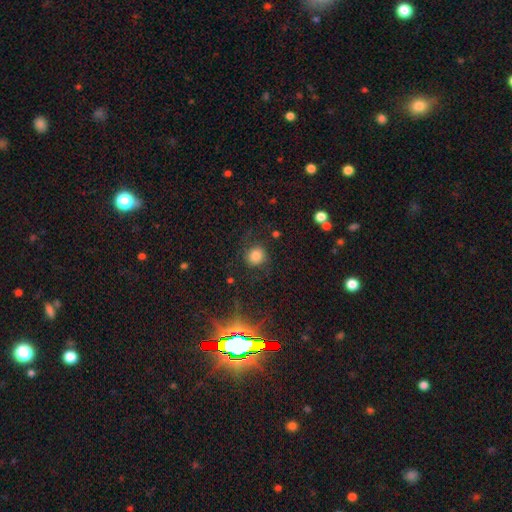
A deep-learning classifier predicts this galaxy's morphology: This appears to be a smooth galaxy with no disk features (76%) that is round (86%). Merging: none (75%).